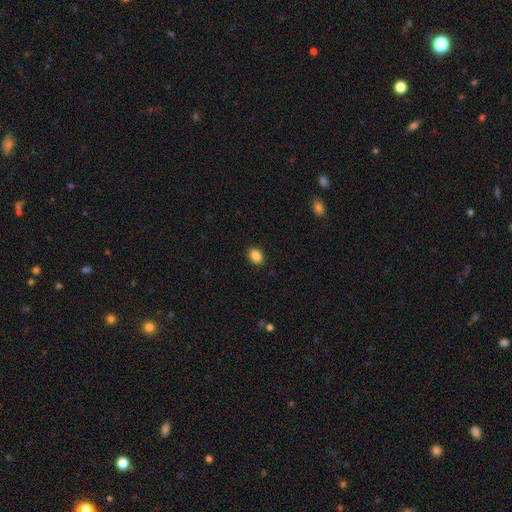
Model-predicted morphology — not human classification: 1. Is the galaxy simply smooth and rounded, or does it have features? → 87% smooth, 9% star or artifact, 4% featured or disk.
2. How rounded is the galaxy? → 69% in between, 30% round, 1% cigar-shaped.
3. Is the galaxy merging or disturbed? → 90% none, 7% minor disturbance, 2% major disturbance, 1% merger.